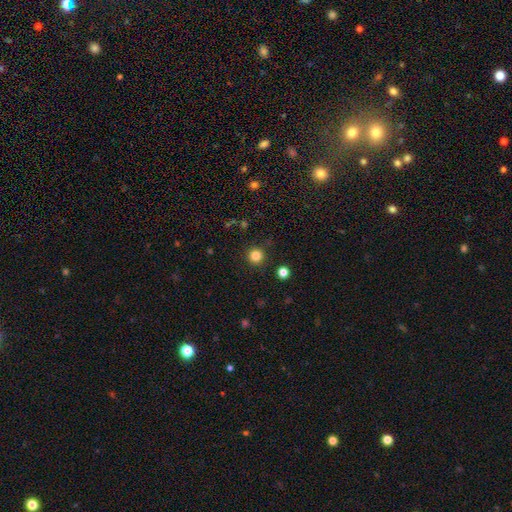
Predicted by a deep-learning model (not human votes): A smooth galaxy with no disk features (83%) that is round (96%). Merging: none (91%).